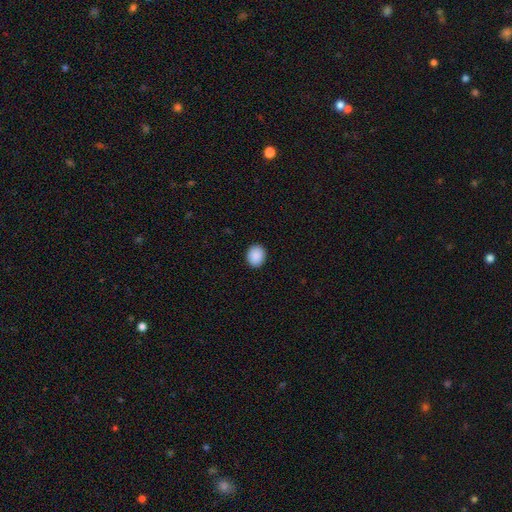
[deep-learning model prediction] Smooth or featured: smooth — 90% (star or artifact — 8%)
How rounded: round — 67% (in between — 32%)
Merging: none — 92% (minor disturbance — 6%)